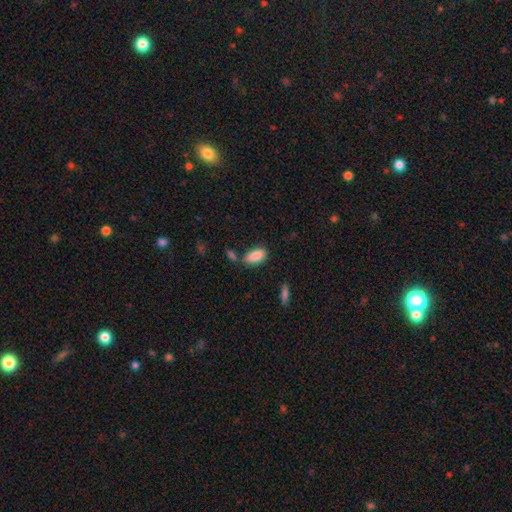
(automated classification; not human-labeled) The model was most divided on "merging": none: 61%, minor disturbance: 21%, merger: 12%, major disturbance: 5%. More confident: how rounded — in between (92%); smooth or featured — smooth (87%).